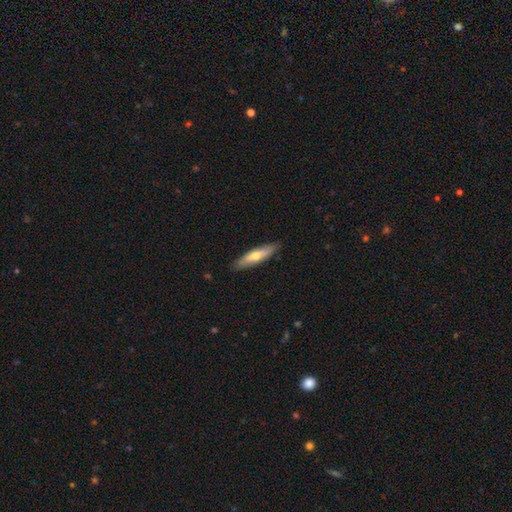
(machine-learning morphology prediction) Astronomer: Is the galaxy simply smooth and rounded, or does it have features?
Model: smooth — 51% (runner-up: featured or disk, 43%).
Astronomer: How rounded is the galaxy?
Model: cigar-shaped — 78%.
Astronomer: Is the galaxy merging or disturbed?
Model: none — 87%.